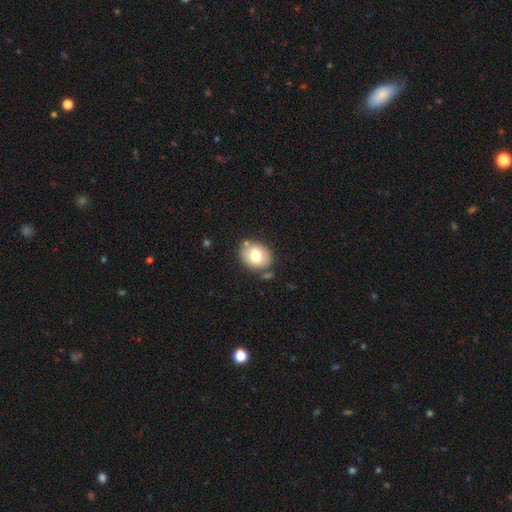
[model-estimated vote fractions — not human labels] Smooth or featured?
  - smooth: 74% *
  - featured or disk: 17%
  - star or artifact: 9%
How rounded?
  - round: 51% *
  - in between: 48%
  - cigar-shaped: 1%
Merging?
  - none: 76% *
  - minor disturbance: 13%
  - merger: 7%
  - major disturbance: 3%